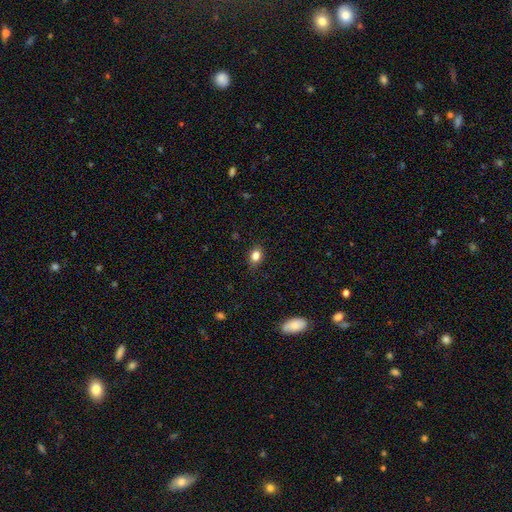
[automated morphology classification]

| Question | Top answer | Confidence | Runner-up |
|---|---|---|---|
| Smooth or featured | smooth | 83% | star or artifact (11%) |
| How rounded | in between | 62% | round (36%) |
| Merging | none | 83% | minor disturbance (13%) |